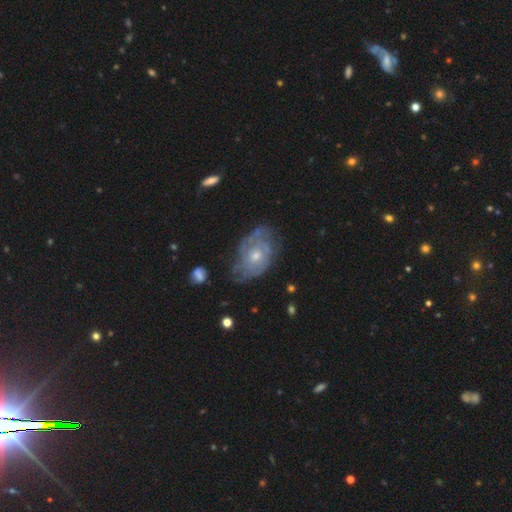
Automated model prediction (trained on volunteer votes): Overall: featured or disk (75%). Edge-on disk: no (95%). Bar: no (81%). Spiral arms: yes (81%). Spiral arm count: can't tell (54%; 2 22%). Spiral winding: tight (62%; medium 28%). Bulge size: small (49%; moderate 47%). Merging: none (64%).